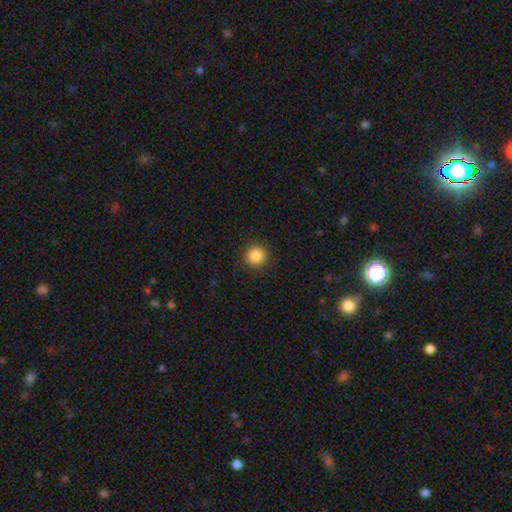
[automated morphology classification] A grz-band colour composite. It shows a smooth galaxy with no disk features (86%) that is round (95%). Merging: none (91%).